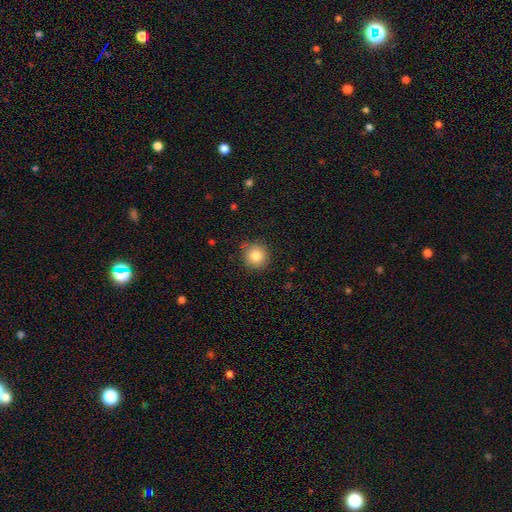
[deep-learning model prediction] smooth_or_featured: smooth (p=0.82) [alt: star or artifact p=0.10]
how_rounded: round (p=0.93) [alt: in between p=0.06]
merging: none (p=0.85) [alt: minor disturbance p=0.12]